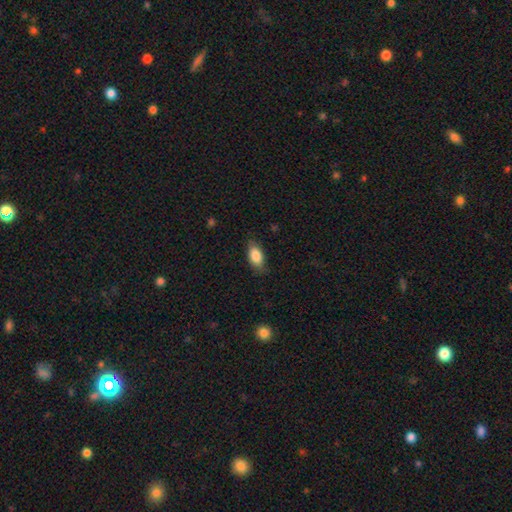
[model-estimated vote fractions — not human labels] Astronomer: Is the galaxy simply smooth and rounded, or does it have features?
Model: smooth — 84%.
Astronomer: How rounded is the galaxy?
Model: in between — 89%.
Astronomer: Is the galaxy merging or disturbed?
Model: none — 78%.